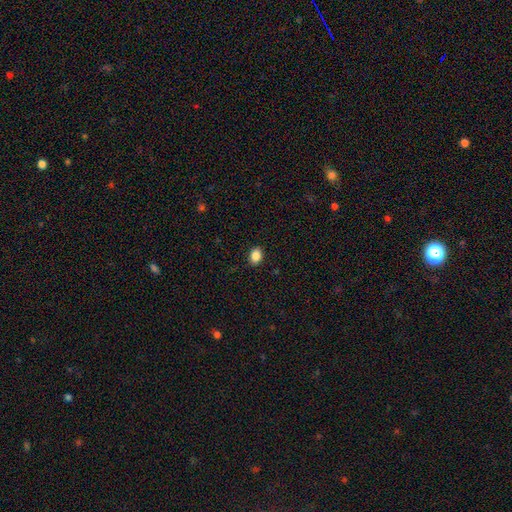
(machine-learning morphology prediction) This is clearly a smooth galaxy (87%). How rounded: likely in between (72%). Merging: clearly none (90%).